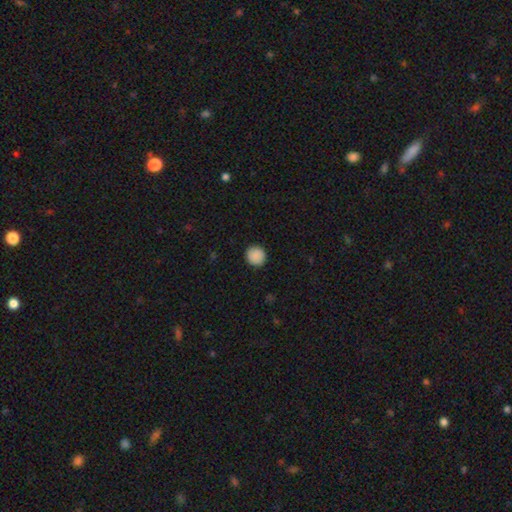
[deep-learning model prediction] The model was most divided on "smooth or featured": smooth: 89%, star or artifact: 8%, featured or disk: 2%. More confident: how rounded — round (93%); merging — none (91%).